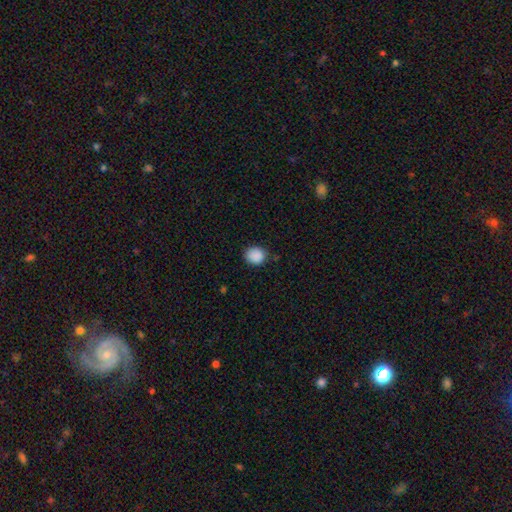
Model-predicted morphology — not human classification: Smooth or featured: smooth — 89% (star or artifact — 8%)
How rounded: round — 76% (in between — 23%)
Merging: none — 82% (minor disturbance — 14%)